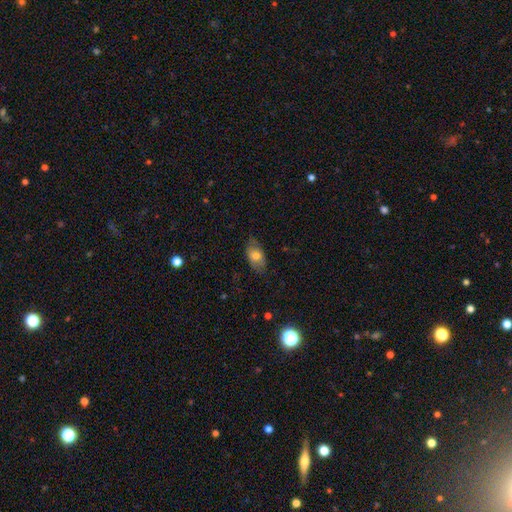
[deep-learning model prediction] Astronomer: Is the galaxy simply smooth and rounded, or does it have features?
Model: smooth — 69%.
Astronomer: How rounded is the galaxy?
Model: in between — 91%.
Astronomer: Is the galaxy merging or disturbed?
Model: none — 75%.